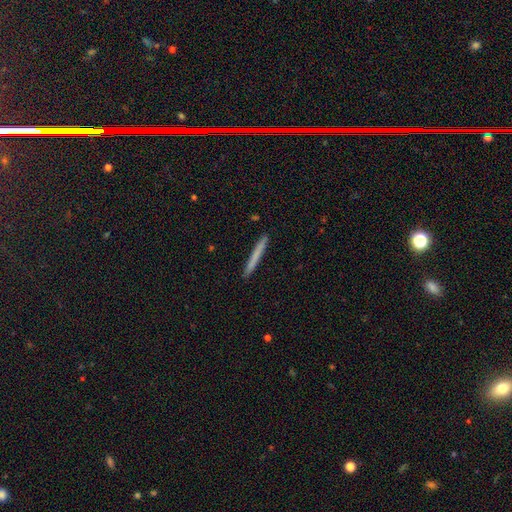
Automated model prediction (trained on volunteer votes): smooth_or_featured: smooth (p=0.68) [alt: featured or disk p=0.26]
how_rounded: cigar-shaped (p=0.97) [alt: in between p=0.02]
merging: none (p=0.92) [alt: minor disturbance p=0.06]